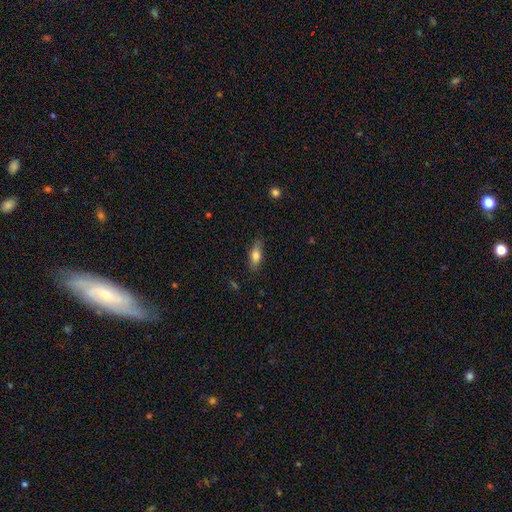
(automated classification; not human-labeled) This is likely a smooth galaxy (75%). How rounded: likely in between (73%). Merging: likely none (77%).